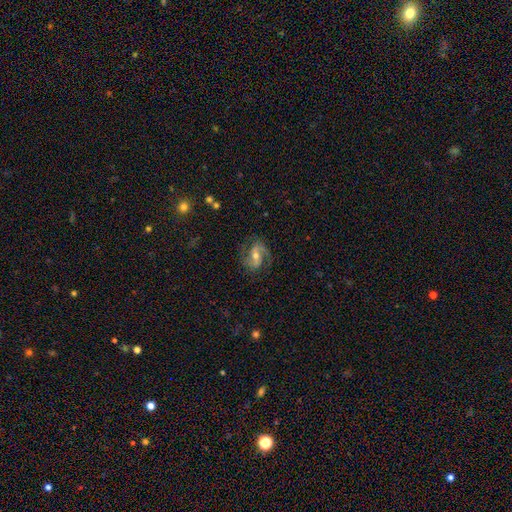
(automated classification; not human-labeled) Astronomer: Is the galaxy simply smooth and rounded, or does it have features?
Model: featured or disk — 81%.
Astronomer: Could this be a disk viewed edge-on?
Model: no — 97%.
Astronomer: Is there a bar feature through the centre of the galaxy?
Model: weak — 42% (runner-up: strong, 33%).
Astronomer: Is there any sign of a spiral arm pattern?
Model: yes — 94%.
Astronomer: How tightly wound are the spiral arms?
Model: medium — 49% (runner-up: loose, 33%).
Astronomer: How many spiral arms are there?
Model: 2 — 88%.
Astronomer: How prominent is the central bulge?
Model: moderate — 58% (runner-up: small, 37%).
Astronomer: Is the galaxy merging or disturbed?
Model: none — 74%.